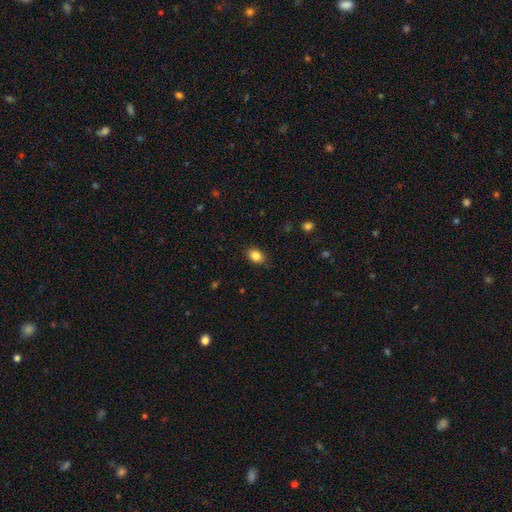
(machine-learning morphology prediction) smooth_or_featured: smooth (p=0.86) [alt: star or artifact p=0.09]
how_rounded: in between (p=0.75) [alt: round p=0.24]
merging: none (p=0.84) [alt: minor disturbance p=0.12]